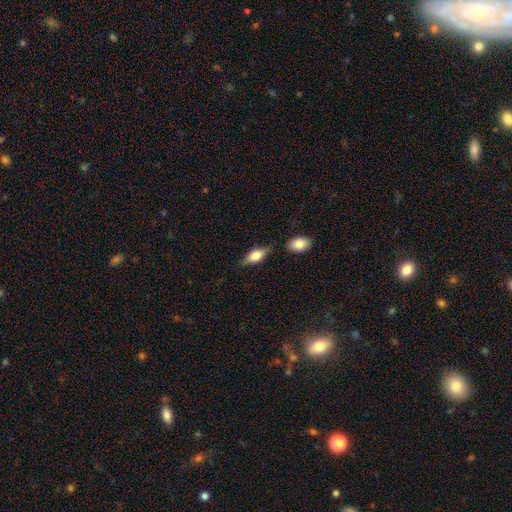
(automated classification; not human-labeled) A smooth galaxy with no disk features (65%) that is in between round and cigar-shaped (80%).

Vote fractions:
- Smooth or featured? smooth: 65% / featured or disk: 28% / star or artifact: 7%
- How rounded? in between: 80% / cigar-shaped: 16% / round: 4%
- Merging? none: 73% / minor disturbance: 16% / merger: 6% / major disturbance: 4%